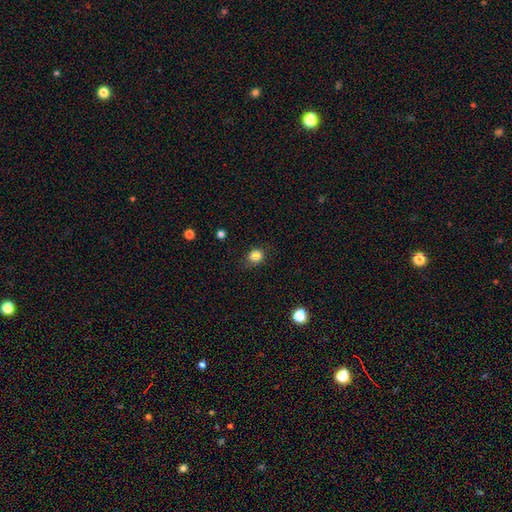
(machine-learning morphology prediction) A smooth galaxy with no disk features (82%) that is round (71%).

Vote fractions:
- Smooth or featured? smooth: 82% / star or artifact: 12% / featured or disk: 6%
- How rounded? round: 71% / in between: 28% / cigar-shaped: 1%
- Merging? none: 80% / minor disturbance: 15% / major disturbance: 4% / merger: 1%